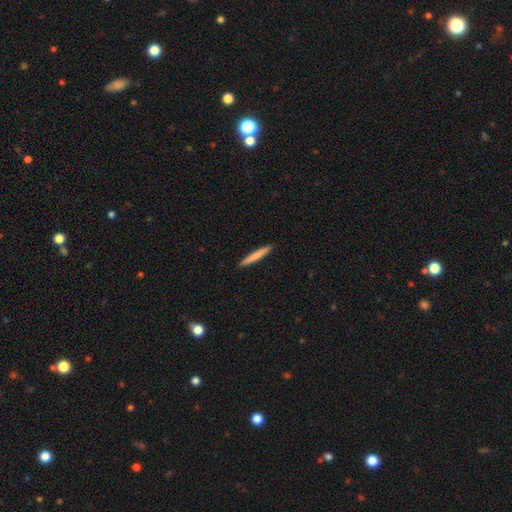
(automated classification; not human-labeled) This is likely a smooth galaxy (76%). How rounded: clearly cigar-shaped (96%). Merging: clearly none (93%).